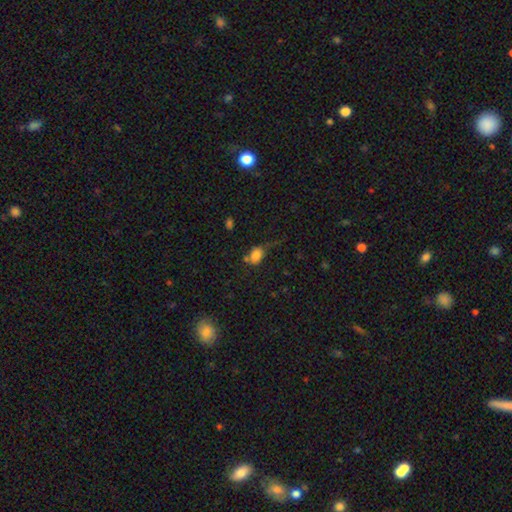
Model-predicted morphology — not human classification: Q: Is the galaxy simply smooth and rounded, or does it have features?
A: smooth — 80%.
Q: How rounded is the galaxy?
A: in between — 68%.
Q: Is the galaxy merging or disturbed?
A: none — 45%.